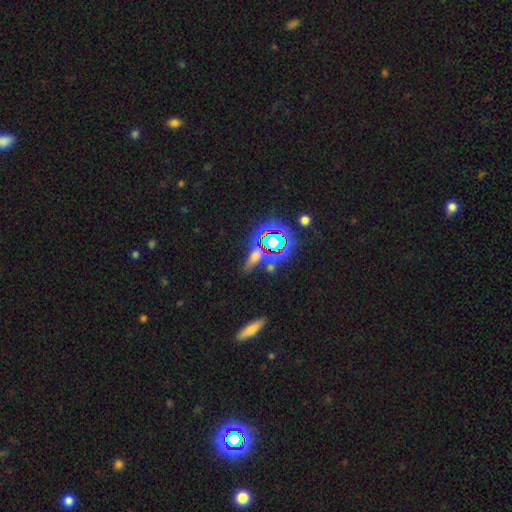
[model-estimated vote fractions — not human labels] Smooth or featured? Predicted: star or artifact (p=0.42).